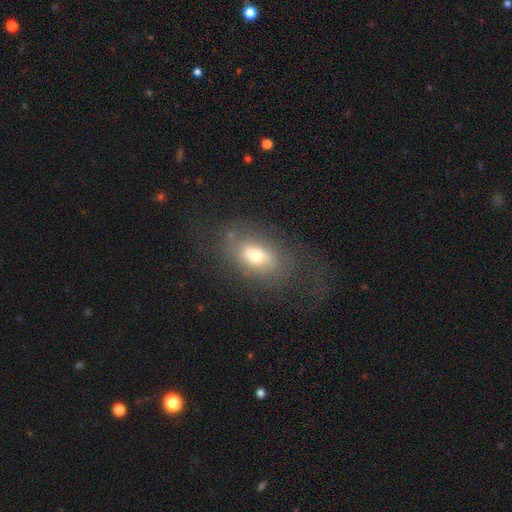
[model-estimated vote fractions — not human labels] Q: Smooth or featured?
A: smooth (58%); runner-up: featured or disk (30%)
Q: How rounded?
A: in between (84%); runner-up: round (12%)
Q: Merging?
A: none (55%); runner-up: major disturbance (21%)